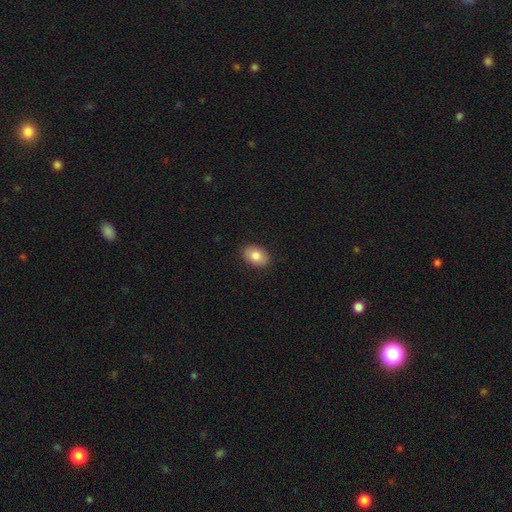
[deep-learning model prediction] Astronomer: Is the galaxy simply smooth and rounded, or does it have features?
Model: smooth — 83%.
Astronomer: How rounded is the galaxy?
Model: in between — 83%.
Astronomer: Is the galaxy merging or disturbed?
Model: none — 90%.